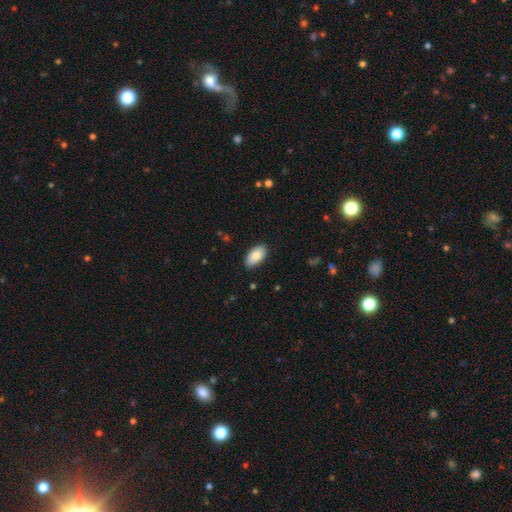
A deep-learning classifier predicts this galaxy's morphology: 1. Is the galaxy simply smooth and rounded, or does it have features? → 84% smooth, 9% featured or disk, 6% star or artifact.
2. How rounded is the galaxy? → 95% in between, 3% round, 2% cigar-shaped.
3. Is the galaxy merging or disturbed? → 87% none, 11% minor disturbance, 2% major disturbance, 1% merger.